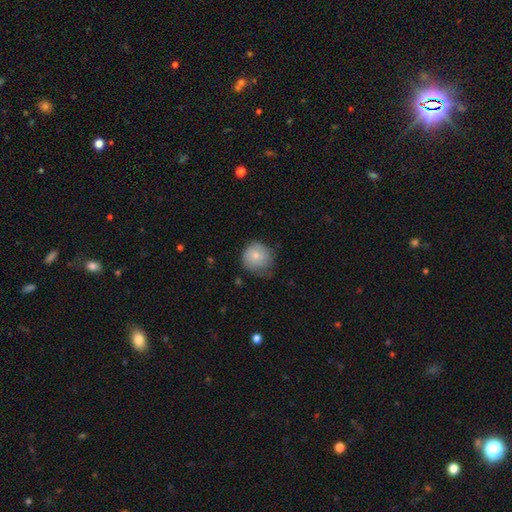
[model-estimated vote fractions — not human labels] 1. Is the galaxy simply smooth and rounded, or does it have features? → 75% smooth, 18% featured or disk, 7% star or artifact.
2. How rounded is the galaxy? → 89% round, 10% in between, 1% cigar-shaped.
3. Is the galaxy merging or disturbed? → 61% none, 30% minor disturbance, 8% major disturbance, 1% merger.